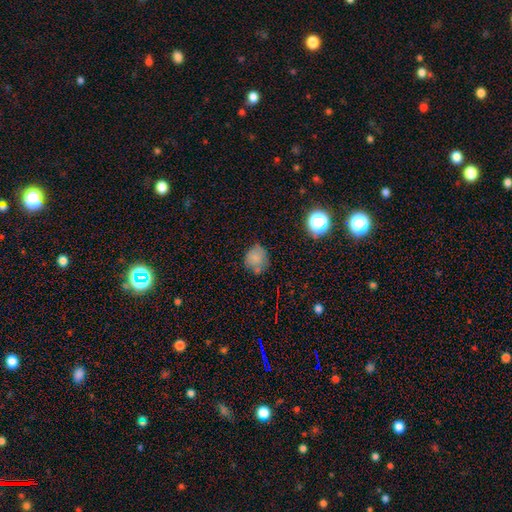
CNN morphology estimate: This is likely a smooth galaxy (76%). How rounded: likely round (79%). Merging: likely none (63%).